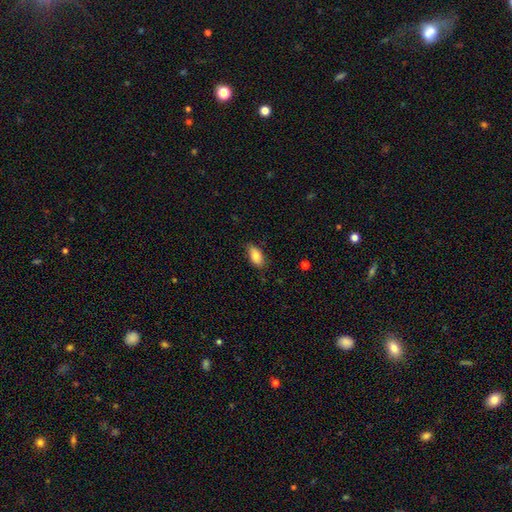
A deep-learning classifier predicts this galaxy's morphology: smooth-or-featured: smooth: 83% | featured or disk: 10% | star or artifact: 7%
  how-rounded: in between: 91% | cigar-shaped: 6% | round: 3%
  merging: none: 77% | minor disturbance: 19% | major disturbance: 3% | merger: 1%